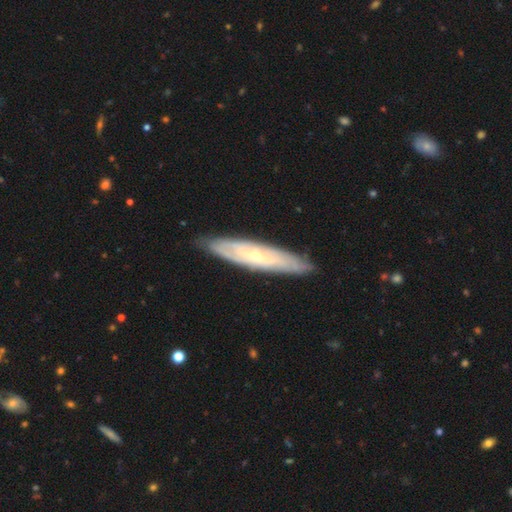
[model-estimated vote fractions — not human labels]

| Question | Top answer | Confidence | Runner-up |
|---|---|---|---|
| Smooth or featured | featured or disk | 65% | smooth (29%) |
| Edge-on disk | no | 53% | yes (47%) |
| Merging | none | 85% | minor disturbance (11%) |